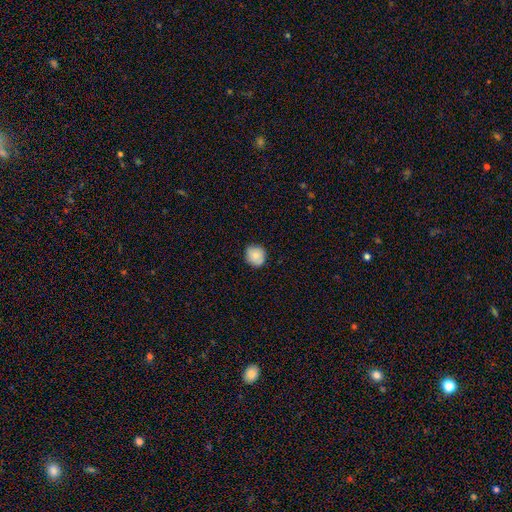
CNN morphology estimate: A smooth galaxy with no disk features (82%) that is round (88%).

Vote fractions:
- Smooth or featured? smooth: 82% / featured or disk: 10% / star or artifact: 8%
- How rounded? round: 88% / in between: 11% / cigar-shaped: 1%
- Merging? none: 87% / minor disturbance: 11% / major disturbance: 2% / merger: 1%